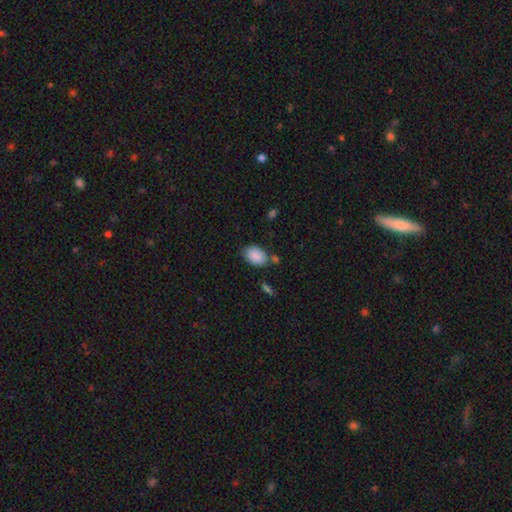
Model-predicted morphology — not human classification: Q: Smooth or featured?
A: smooth (89%); runner-up: star or artifact (7%)
Q: How rounded?
A: in between (87%); runner-up: round (12%)
Q: Merging?
A: none (70%); runner-up: minor disturbance (17%)